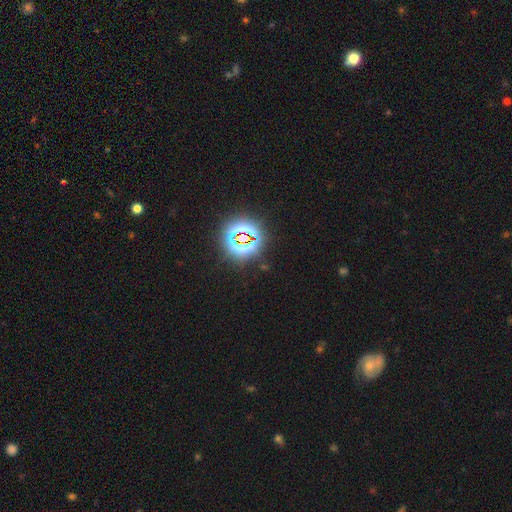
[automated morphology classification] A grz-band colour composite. It shows a star or artifact, not a galaxy (80%).